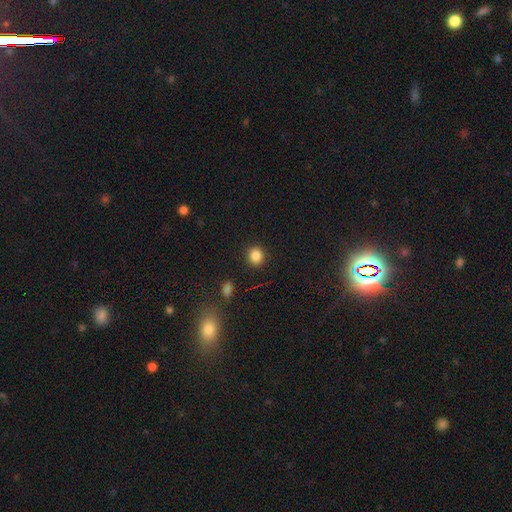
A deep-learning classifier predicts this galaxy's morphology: smooth_or_featured: smooth (p=0.85) [alt: star or artifact p=0.11]
how_rounded: round (p=0.83) [alt: in between p=0.16]
merging: none (p=0.91) [alt: minor disturbance p=0.06]